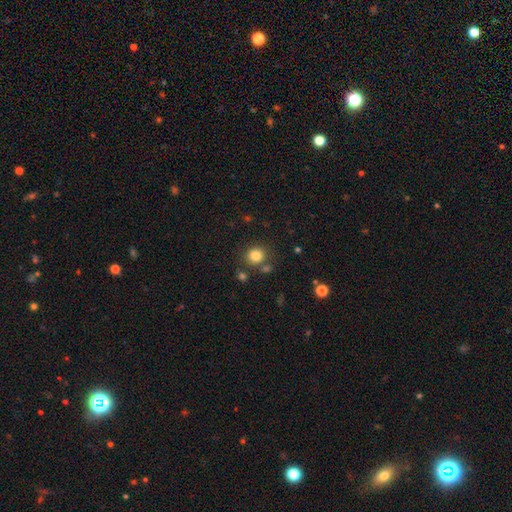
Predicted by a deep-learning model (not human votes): This appears to be a smooth galaxy with no disk features (82%) that is round (86%). Merging: none (78%).